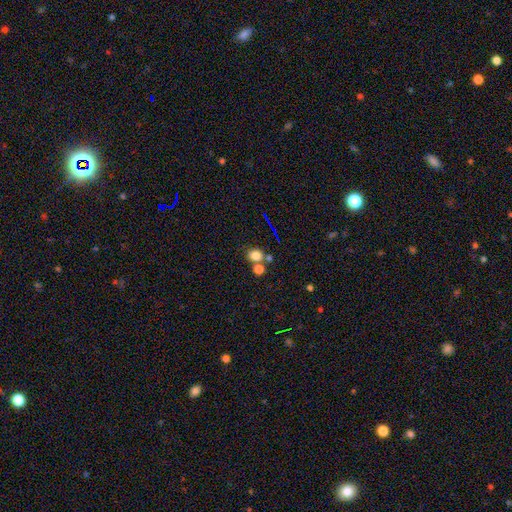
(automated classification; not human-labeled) The model was most divided on "merging": none: 58%, merger: 29%, minor disturbance: 9%, major disturbance: 4%. More confident: smooth or featured — smooth (78%); how rounded — round (66%).